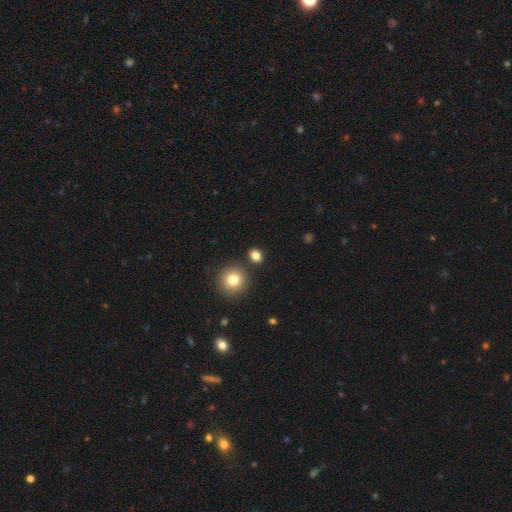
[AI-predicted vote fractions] Smooth or featured? smooth (83%)
How rounded? round (57%)
Merging? none (83%)